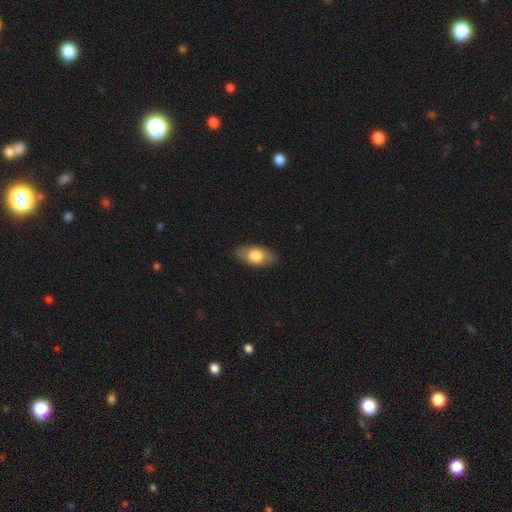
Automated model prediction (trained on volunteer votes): Smooth or featured?
  - smooth: 72% *
  - featured or disk: 22%
  - star or artifact: 6%
How rounded?
  - in between: 90% *
  - cigar-shaped: 6%
  - round: 4%
Merging?
  - none: 86% *
  - minor disturbance: 11%
  - major disturbance: 2%
  - merger: 1%